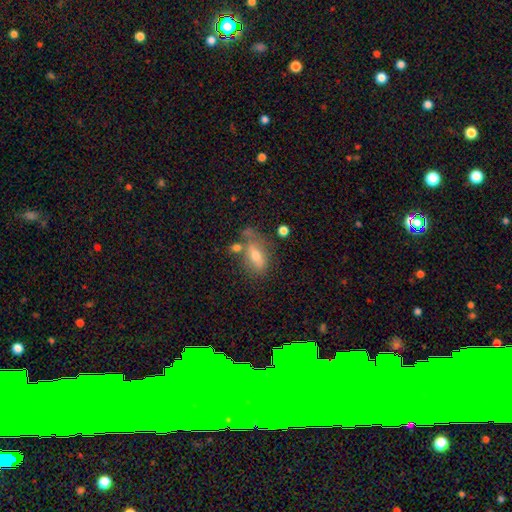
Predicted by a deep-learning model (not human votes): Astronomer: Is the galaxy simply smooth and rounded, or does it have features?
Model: smooth — 59%.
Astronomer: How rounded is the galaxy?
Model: in between — 77%.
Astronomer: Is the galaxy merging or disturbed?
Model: none — 52%.